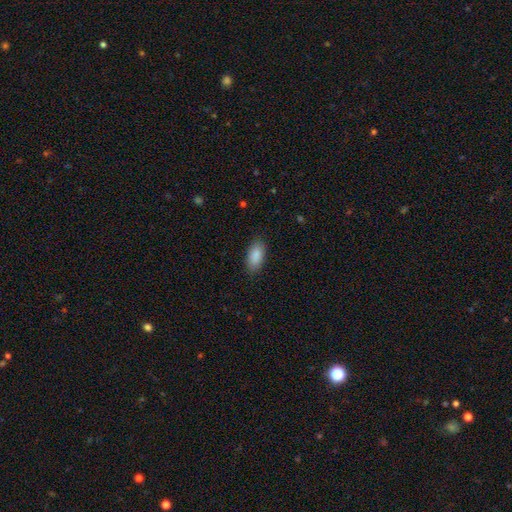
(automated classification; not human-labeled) smooth-or-featured: smooth: 90% | star or artifact: 6% | featured or disk: 4%
  how-rounded: in between: 91% | cigar-shaped: 6% | round: 3%
  merging: none: 86% | minor disturbance: 11% | major disturbance: 3% | merger: 1%